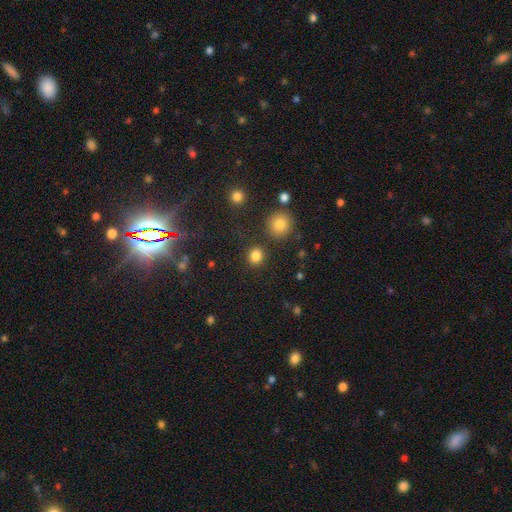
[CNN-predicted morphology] Q: Smooth or featured?
A: smooth (84%); runner-up: star or artifact (12%)
Q: How rounded?
A: round (83%); runner-up: in between (16%)
Q: Merging?
A: none (87%); runner-up: minor disturbance (7%)